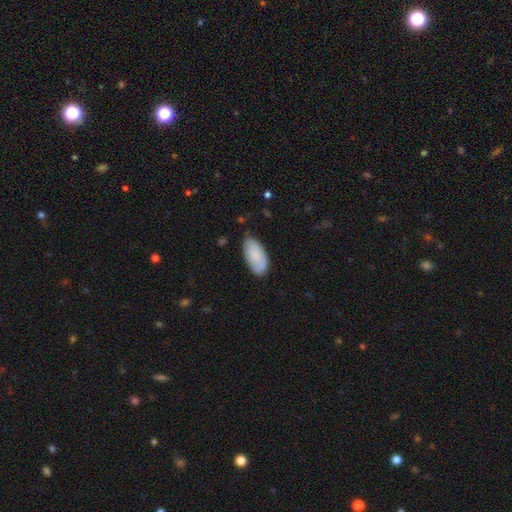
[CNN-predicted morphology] This is clearly a smooth galaxy (83%). How rounded: clearly in between (93%). Merging: likely none (69%).